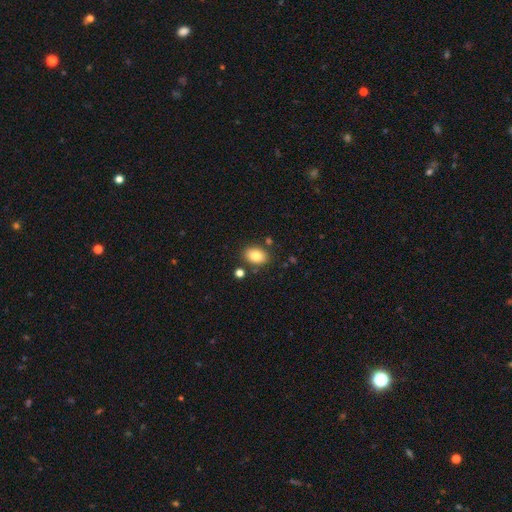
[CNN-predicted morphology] Overall: smooth (83%). How rounded: in between (80%). Merging: none (82%).